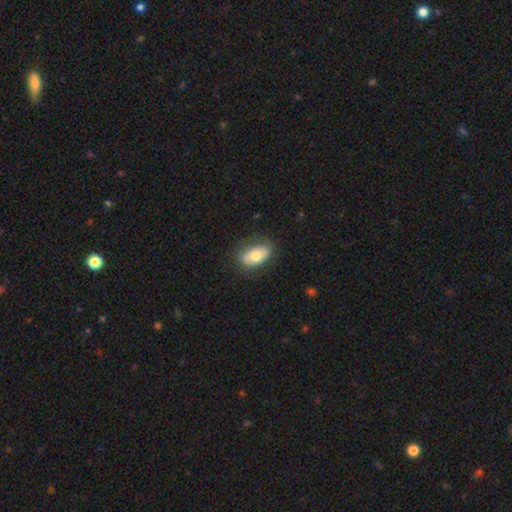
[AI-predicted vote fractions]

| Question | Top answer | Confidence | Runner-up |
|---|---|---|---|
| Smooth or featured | smooth | 68% | featured or disk (25%) |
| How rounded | in between | 90% | round (6%) |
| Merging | none | 76% | minor disturbance (18%) |